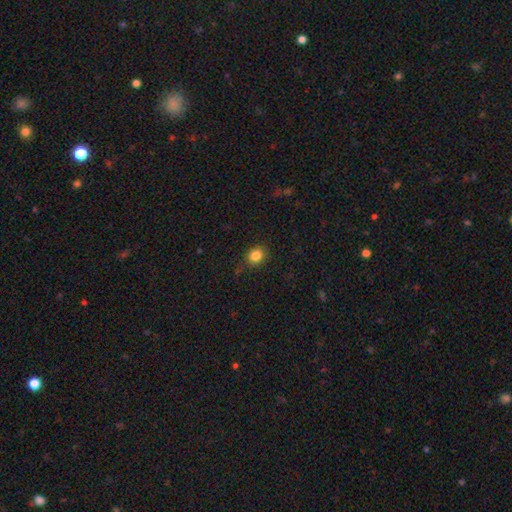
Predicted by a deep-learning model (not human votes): Q: Smooth or featured?
A: smooth (83%); runner-up: star or artifact (11%)
Q: How rounded?
A: round (70%); runner-up: in between (29%)
Q: Merging?
A: none (83%); runner-up: minor disturbance (13%)